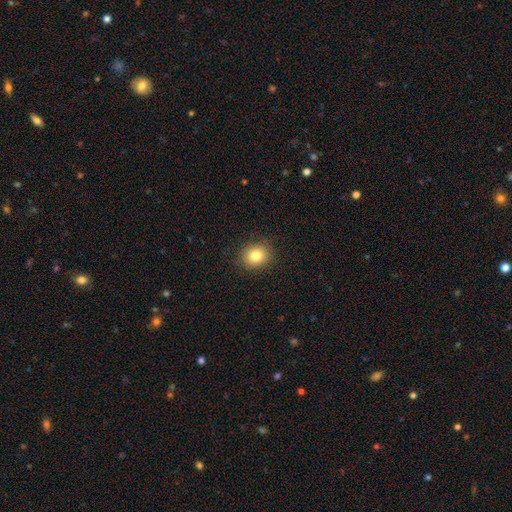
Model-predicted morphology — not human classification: This is clearly a smooth galaxy (82%). How rounded: likely round (70%). Merging: clearly none (88%).